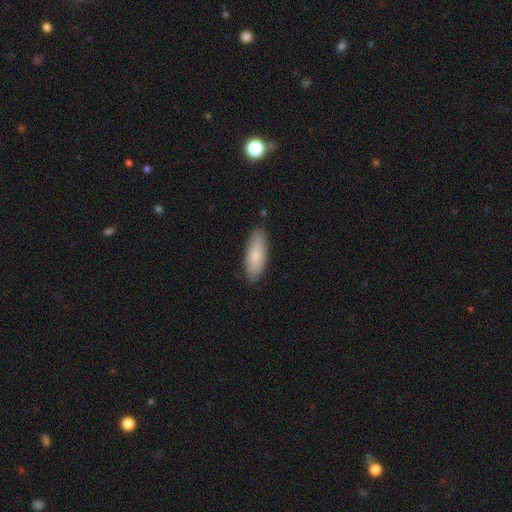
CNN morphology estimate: smooth_or_featured: smooth (p=0.81) [alt: featured or disk p=0.13]
how_rounded: in between (p=0.62) [alt: cigar-shaped p=0.36]
merging: none (p=0.86) [alt: minor disturbance p=0.10]